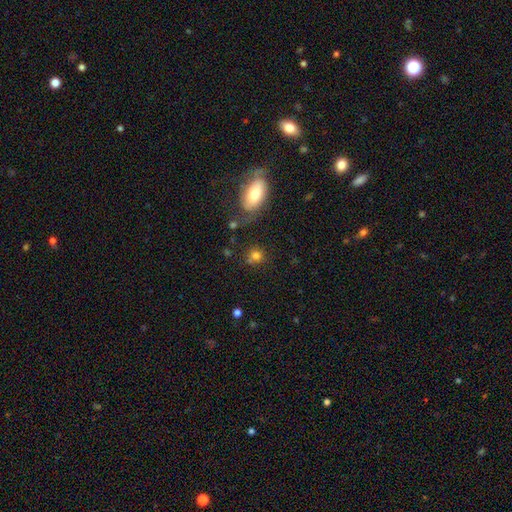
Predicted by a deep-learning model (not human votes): Morphology: type=smooth (78%); roundness=round (79%); merging=none (68%).